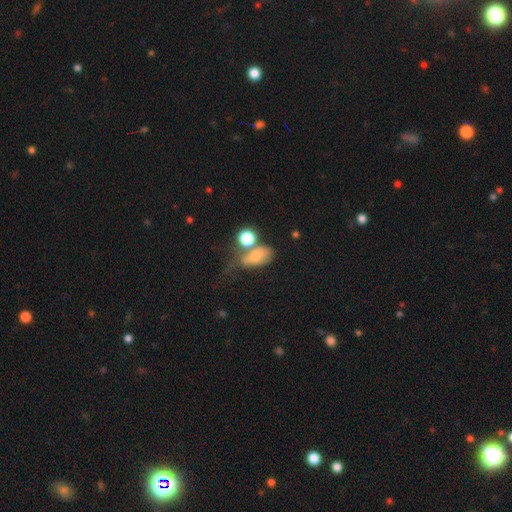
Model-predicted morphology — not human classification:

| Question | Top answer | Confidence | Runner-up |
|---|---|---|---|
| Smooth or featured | smooth | 69% | featured or disk (19%) |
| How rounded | in between | 74% | round (21%) |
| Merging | merger | 32% | none (27%) |